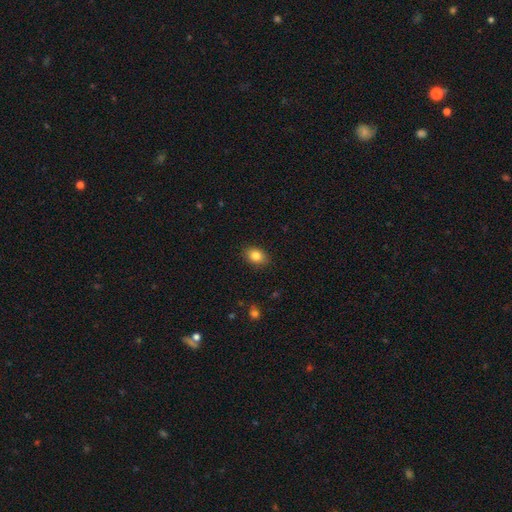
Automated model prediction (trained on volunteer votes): A smooth galaxy with no disk features (84%) that is in between round and cigar-shaped (75%). Merging: none (87%).